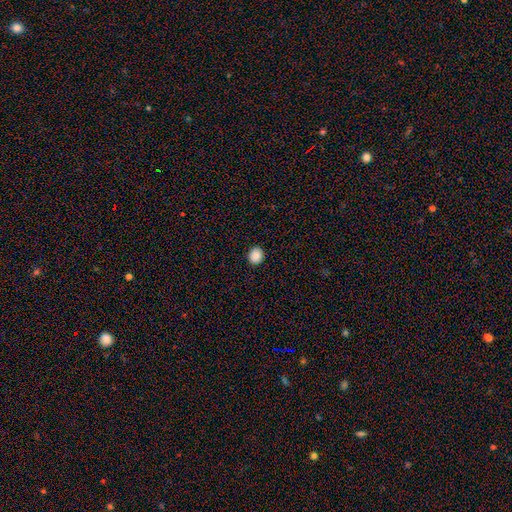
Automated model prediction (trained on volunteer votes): Smooth or featured? smooth (88%)
How rounded? round (76%)
Merging? none (92%)